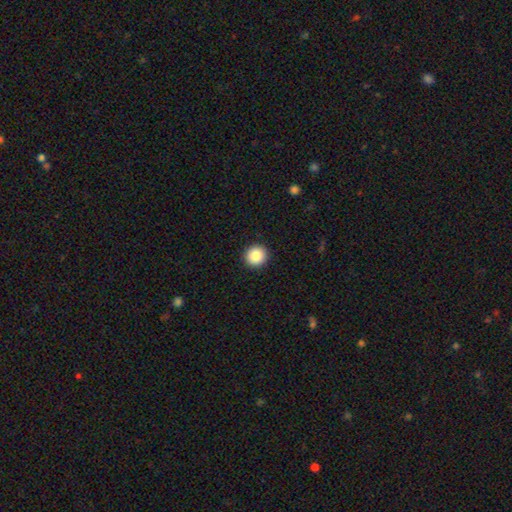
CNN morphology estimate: This appears to be a smooth galaxy with no disk features (86%) that is round (93%). Merging: none (93%).